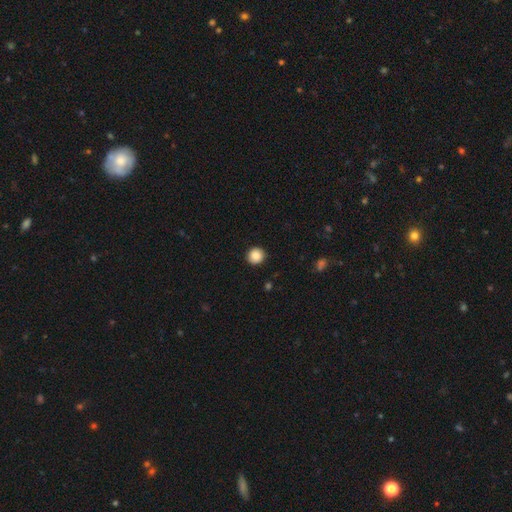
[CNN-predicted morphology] Q: Smooth or featured?
A: smooth (88%); runner-up: star or artifact (9%)
Q: How rounded?
A: round (94%); runner-up: in between (5%)
Q: Merging?
A: none (92%); runner-up: minor disturbance (6%)